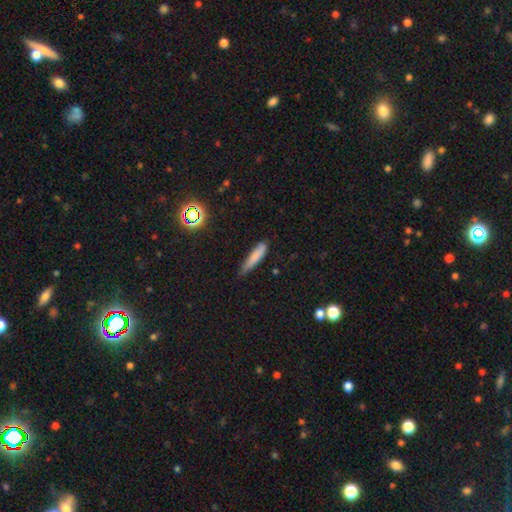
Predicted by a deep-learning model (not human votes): Smooth or featured? Predicted: smooth (p=0.77). How rounded? Predicted: cigar-shaped (p=0.85). Merging? Predicted: none (p=0.56).